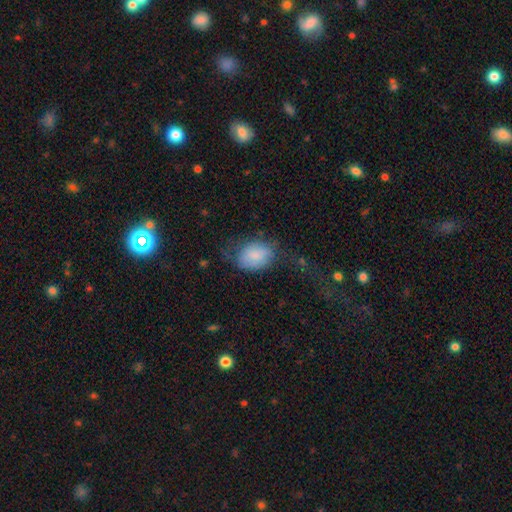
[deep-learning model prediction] This appears to be a smooth galaxy with no disk features (76%) that is in between round and cigar-shaped (72%). Merging: none (42%).